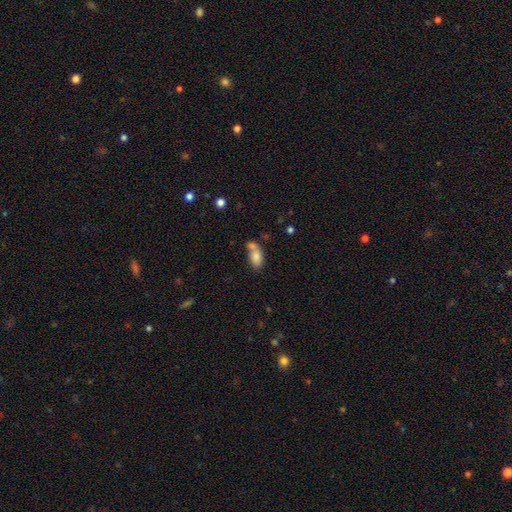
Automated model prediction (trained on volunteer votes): Q: Smooth or featured?
A: smooth (80%); runner-up: featured or disk (11%)
Q: How rounded?
A: in between (89%); runner-up: round (6%)
Q: Merging?
A: merger (45%); runner-up: none (34%)